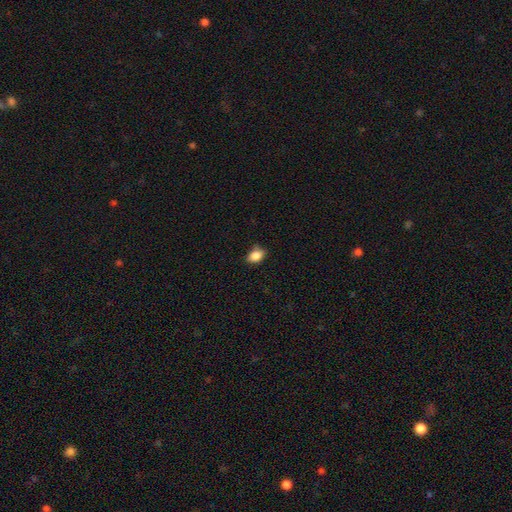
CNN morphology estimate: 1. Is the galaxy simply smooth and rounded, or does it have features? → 87% smooth, 9% star or artifact, 5% featured or disk.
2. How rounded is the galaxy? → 77% in between, 21% round, 2% cigar-shaped.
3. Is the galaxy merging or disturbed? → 75% none, 21% minor disturbance, 3% major disturbance, 2% merger.